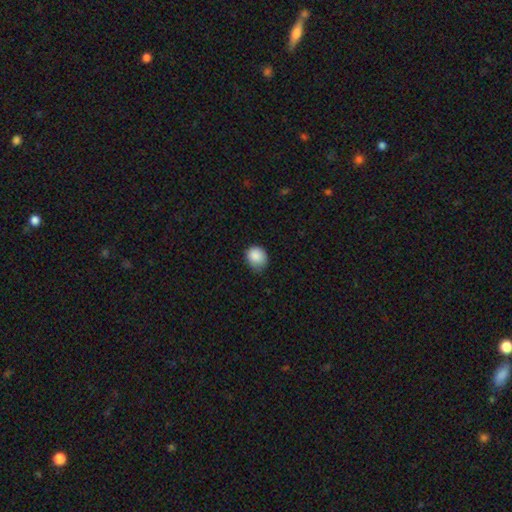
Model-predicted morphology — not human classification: A smooth galaxy with no disk features (87%) that is round (71%).

Vote fractions:
- Smooth or featured? smooth: 87% / star or artifact: 9% / featured or disk: 4%
- How rounded? round: 71% / in between: 28% / cigar-shaped: 1%
- Merging? none: 60% / minor disturbance: 33% / major disturbance: 5% / merger: 1%